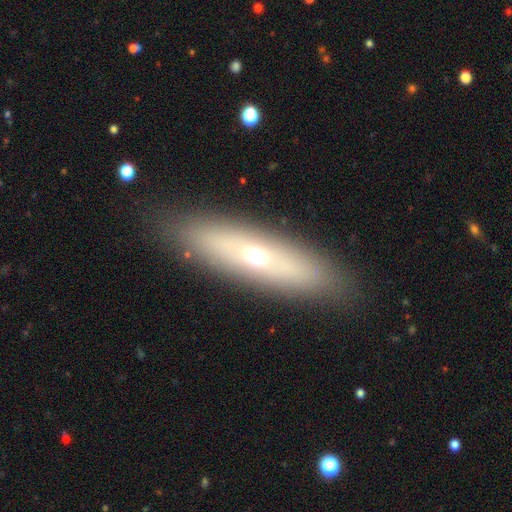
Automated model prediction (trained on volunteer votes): This is possibly a featured or disk galaxy (47%). Merging: clearly none (87%).